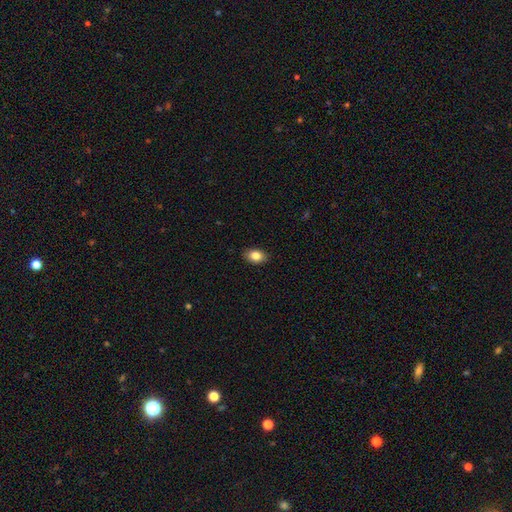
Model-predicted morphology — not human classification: Smooth or featured? smooth (84%)
How rounded? in between (83%)
Merging? none (88%)